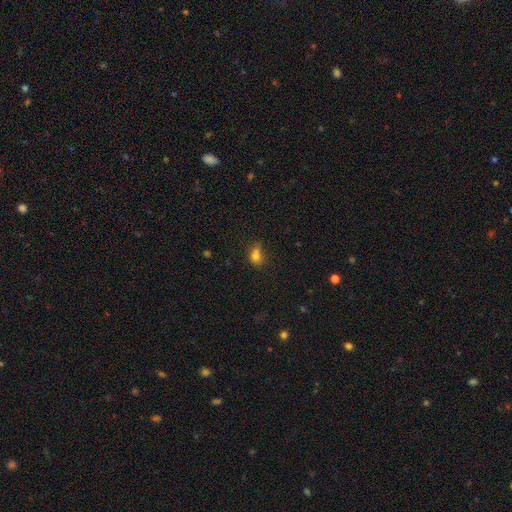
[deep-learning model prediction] A smooth galaxy with no disk features (76%) that is in between round and cigar-shaped (52%).

Vote fractions:
- Smooth or featured? smooth: 76% / star or artifact: 14% / featured or disk: 10%
- How rounded? in between: 52% / round: 46% / cigar-shaped: 2%
- Merging? none: 44% / minor disturbance: 27% / merger: 17% / major disturbance: 11%